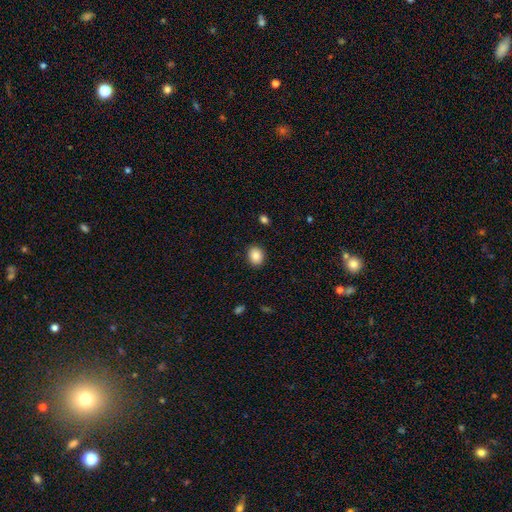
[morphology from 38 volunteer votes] A smooth galaxy with no disk features (89%) that is round (71%). Merging: none (86%).